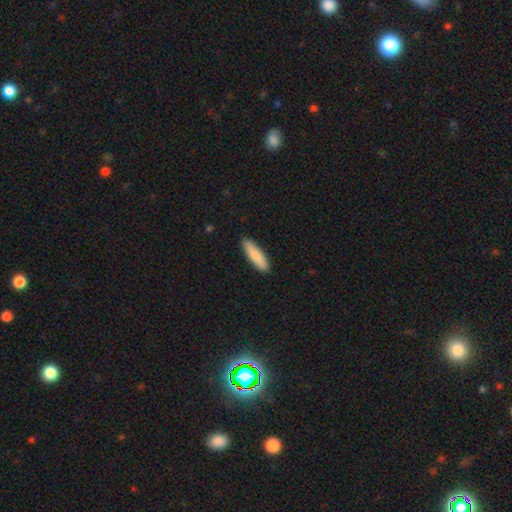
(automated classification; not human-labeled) Smooth or featured? smooth (84%)
How rounded? cigar-shaped (65%)
Merging? none (89%)